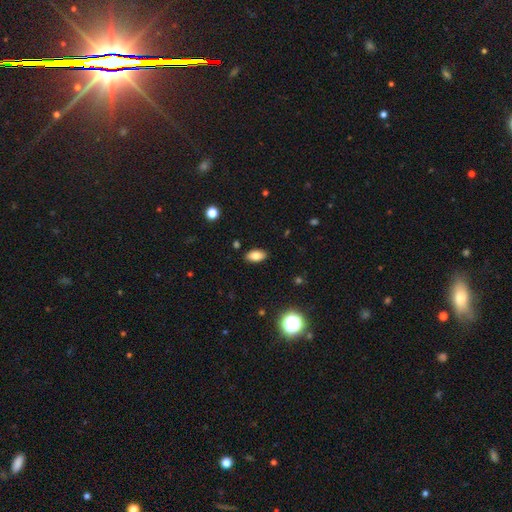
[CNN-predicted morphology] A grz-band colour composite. It shows a smooth galaxy with no disk features (80%) that is in between round and cigar-shaped (91%). Merging: none (88%).